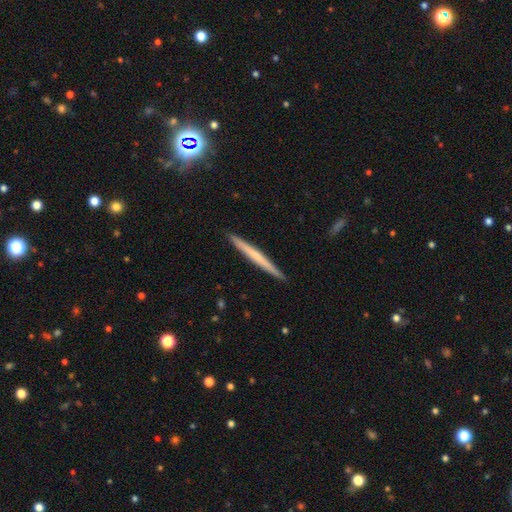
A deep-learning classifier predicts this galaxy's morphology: A smooth galaxy with no disk features (50%).

Vote fractions:
- Smooth or featured? smooth: 50% / featured or disk: 45% / star or artifact: 6%
- Merging? none: 93% / minor disturbance: 5% / major disturbance: 1% / merger: 1%